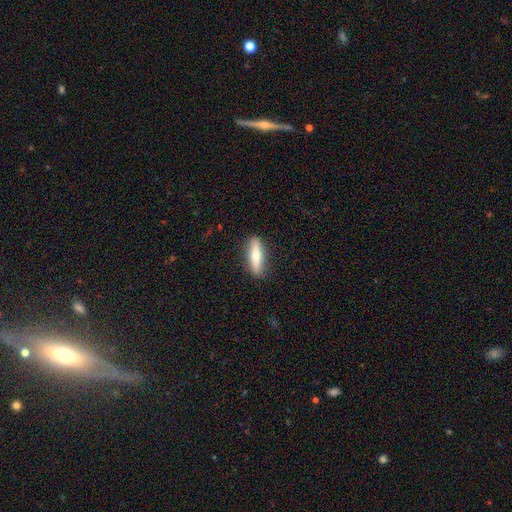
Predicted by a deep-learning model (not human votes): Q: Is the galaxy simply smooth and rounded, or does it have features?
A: smooth — 62%.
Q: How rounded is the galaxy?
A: cigar-shaped — 68%.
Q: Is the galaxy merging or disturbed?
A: none — 87%.